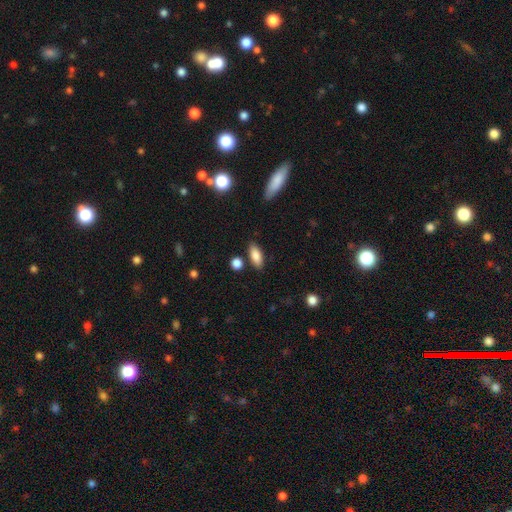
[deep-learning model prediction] smooth_or_featured: smooth (p=0.85) [alt: featured or disk p=0.08]
how_rounded: in between (p=0.82) [alt: cigar-shaped p=0.15]
merging: none (p=0.83) [alt: minor disturbance p=0.10]